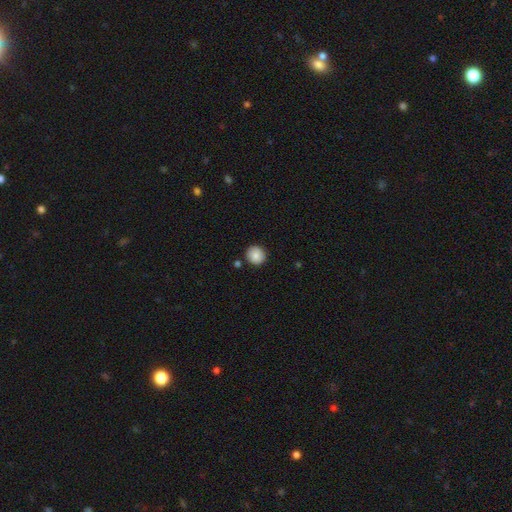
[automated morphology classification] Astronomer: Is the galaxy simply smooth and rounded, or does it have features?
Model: smooth — 86%.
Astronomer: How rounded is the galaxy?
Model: round — 88%.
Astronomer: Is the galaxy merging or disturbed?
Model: none — 87%.